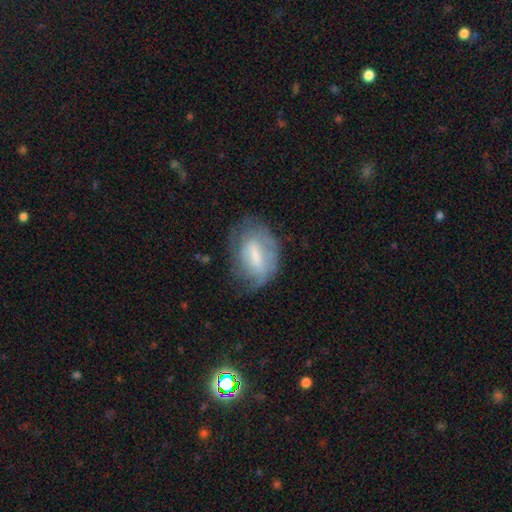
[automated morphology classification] smooth-or-featured: featured or disk: 54% | smooth: 38% | star or artifact: 9%
  disk-edge-on: no: 93% | yes: 7%
    bar: weak: 45% | strong: 35% | no: 19%
    has-spiral-arms: yes: 64% | no: 36%
    bulge-size: moderate: 34% | small: 32% | none: 23% | large: 9% | dominant: 2%
  merging: none: 50% | minor disturbance: 29% | major disturbance: 19% | merger: 2%